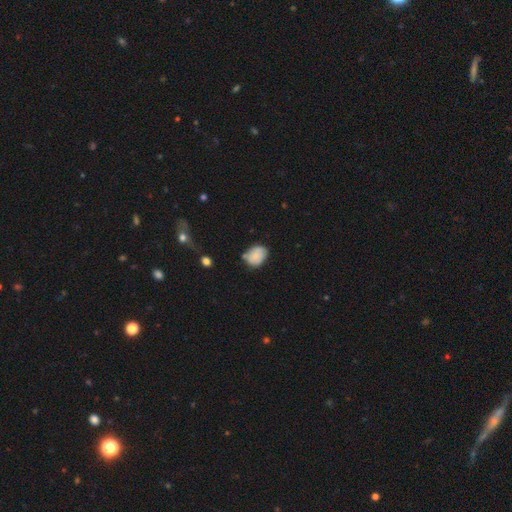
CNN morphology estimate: Q: Smooth or featured?
A: smooth (70%); runner-up: featured or disk (22%)
Q: How rounded?
A: in between (64%); runner-up: round (35%)
Q: Merging?
A: none (56%); runner-up: minor disturbance (32%)